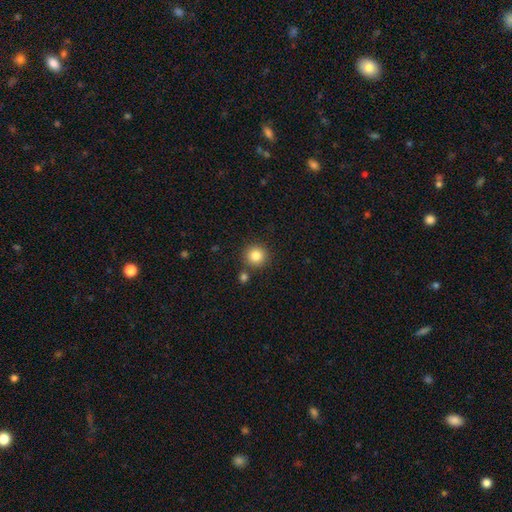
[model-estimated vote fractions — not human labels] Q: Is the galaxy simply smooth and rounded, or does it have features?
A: smooth — 84%.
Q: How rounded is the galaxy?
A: round — 94%.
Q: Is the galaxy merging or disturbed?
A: none — 84%.